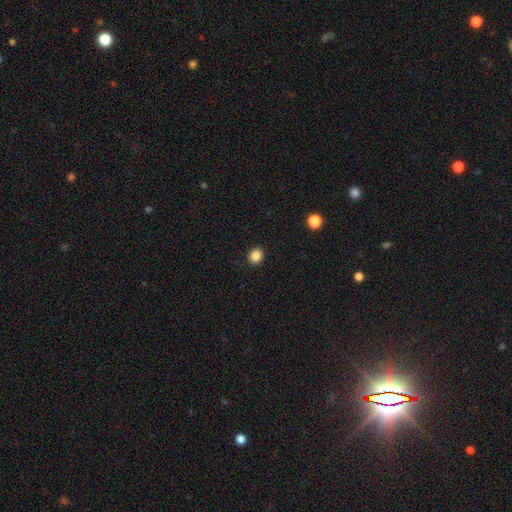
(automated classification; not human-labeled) This appears to be a smooth galaxy with no disk features (87%) that is round (72%). Merging: none (91%).